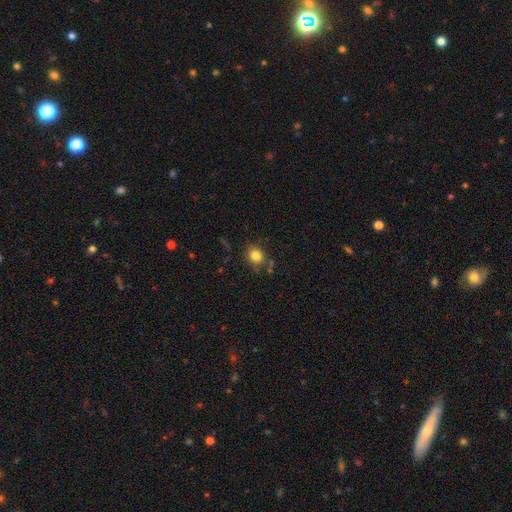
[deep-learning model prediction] Smooth or featured? smooth (82%)
How rounded? round (75%)
Merging? none (76%)